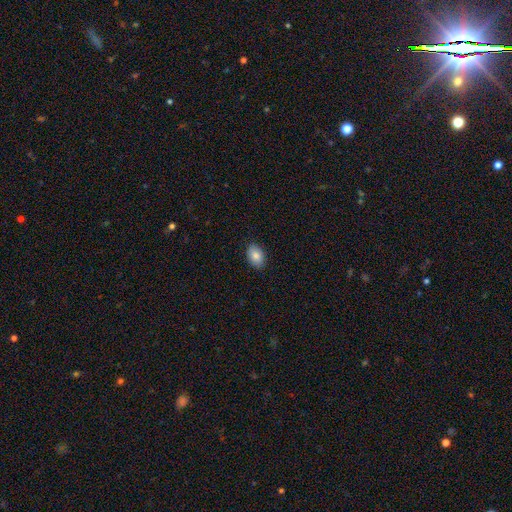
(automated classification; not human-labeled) smooth-or-featured: smooth: 85% | featured or disk: 8% | star or artifact: 7%
  how-rounded: in between: 85% | round: 13% | cigar-shaped: 1%
  merging: none: 88% | minor disturbance: 9% | major disturbance: 2% | merger: 1%